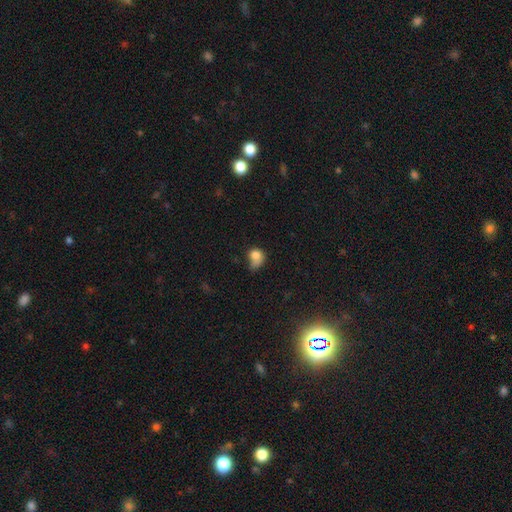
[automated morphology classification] Smooth or featured?
  - smooth: 79% *
  - featured or disk: 11%
  - star or artifact: 11%
How rounded?
  - round: 58% *
  - in between: 41%
  - cigar-shaped: 1%
Merging?
  - minor disturbance: 32% *
  - none: 28%
  - major disturbance: 28%
  - merger: 13%